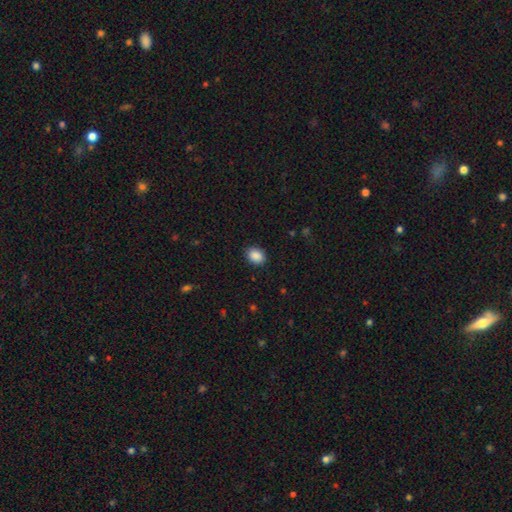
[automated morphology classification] Smooth or featured? Predicted: smooth (p=0.89). How rounded? Predicted: in between (p=0.60). Merging? Predicted: none (p=0.89).